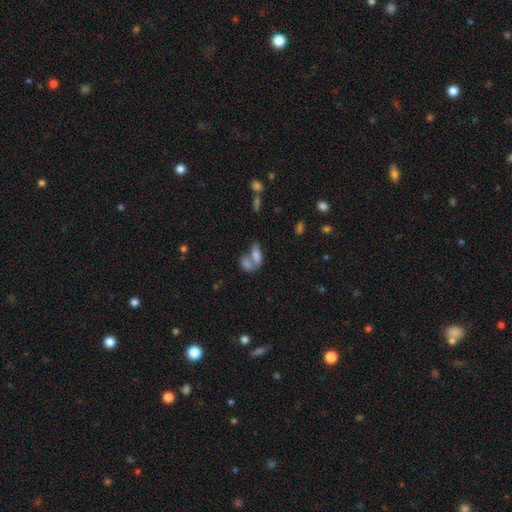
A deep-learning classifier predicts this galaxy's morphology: This appears to be a smooth galaxy with no disk features (75%) that is in between round and cigar-shaped (85%). Merging: merger (63%).